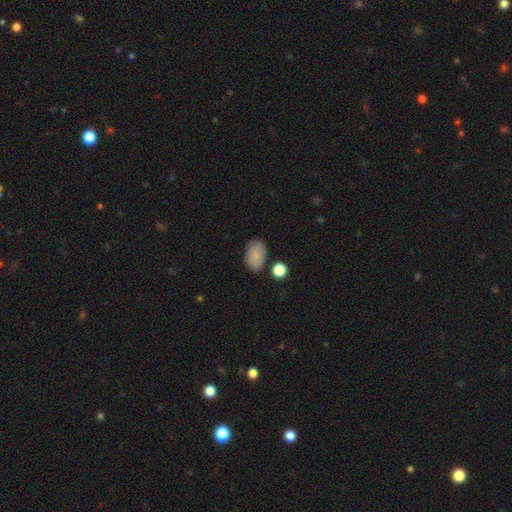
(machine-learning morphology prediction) Smooth or featured? Predicted: smooth (p=0.85). How rounded? Predicted: in between (p=0.89). Merging? Predicted: none (p=0.79).